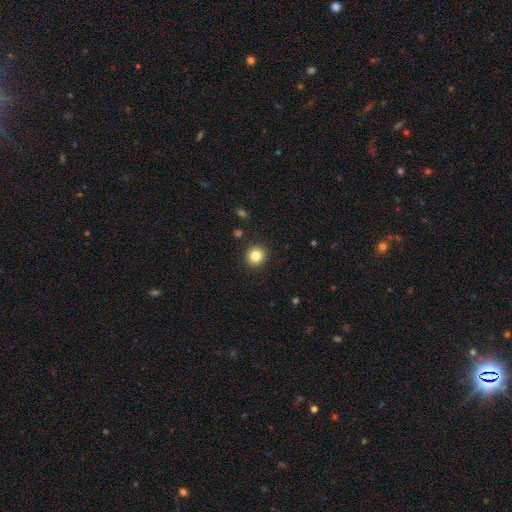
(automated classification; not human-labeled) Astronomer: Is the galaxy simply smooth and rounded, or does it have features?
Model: smooth — 83%.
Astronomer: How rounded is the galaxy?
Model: round — 90%.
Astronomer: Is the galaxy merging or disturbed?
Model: none — 92%.